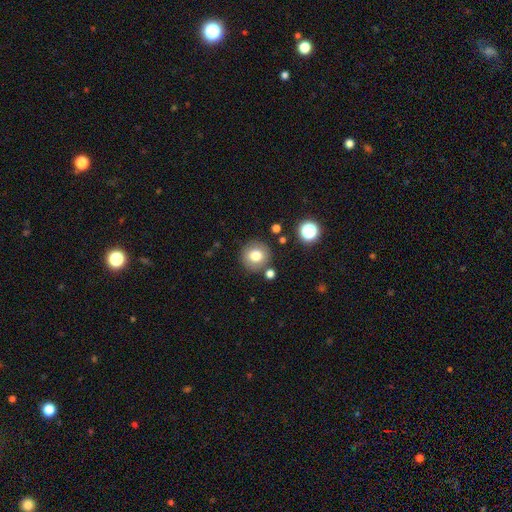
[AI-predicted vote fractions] smooth-or-featured: smooth: 77% | featured or disk: 12% | star or artifact: 11%
  how-rounded: round: 93% | in between: 6% | cigar-shaped: 1%
  merging: none: 83% | minor disturbance: 9% | merger: 5% | major disturbance: 3%